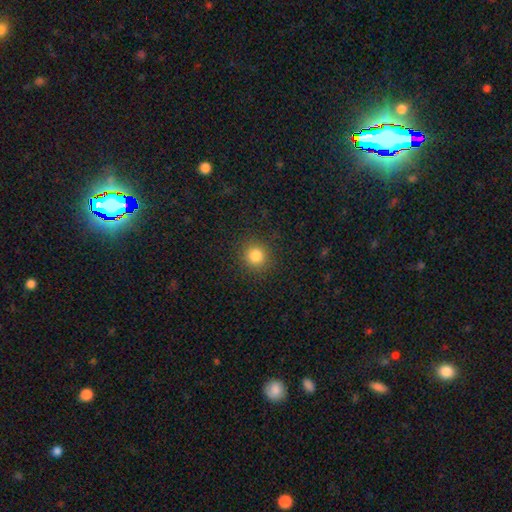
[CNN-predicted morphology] Overall: smooth (83%). How rounded: round (92%). Merging: none (91%).